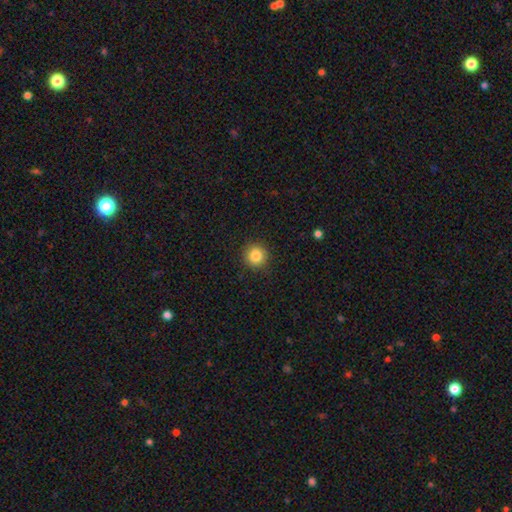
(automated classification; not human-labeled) smooth 85%, star or artifact 10%, featured or disk 5%. Down the decision tree: how rounded — round (94%); merging — none (91%).